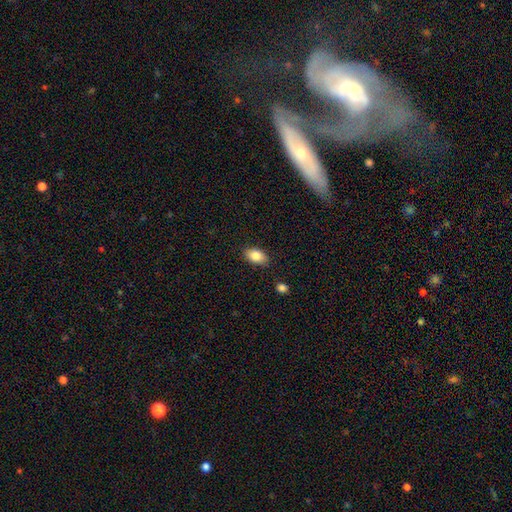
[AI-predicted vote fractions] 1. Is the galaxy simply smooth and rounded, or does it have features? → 84% smooth, 8% star or artifact, 8% featured or disk.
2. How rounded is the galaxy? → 89% in between, 10% round, 2% cigar-shaped.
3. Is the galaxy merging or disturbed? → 84% none, 12% minor disturbance, 2% major disturbance, 2% merger.